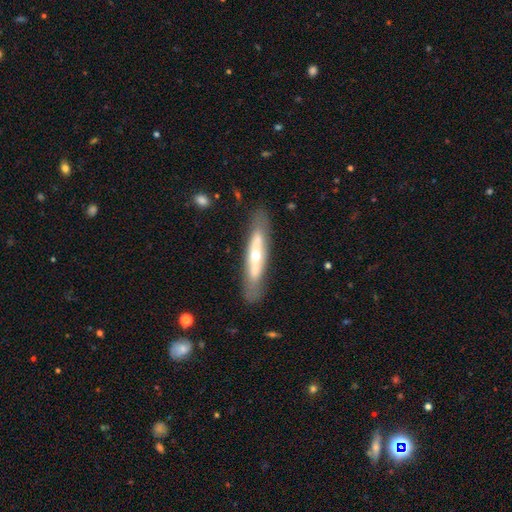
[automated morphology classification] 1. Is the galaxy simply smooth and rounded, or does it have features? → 60% featured or disk, 35% smooth, 6% star or artifact.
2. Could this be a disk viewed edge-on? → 65% yes, 35% no.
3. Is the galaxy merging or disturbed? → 82% none, 12% minor disturbance, 4% major disturbance, 2% merger.